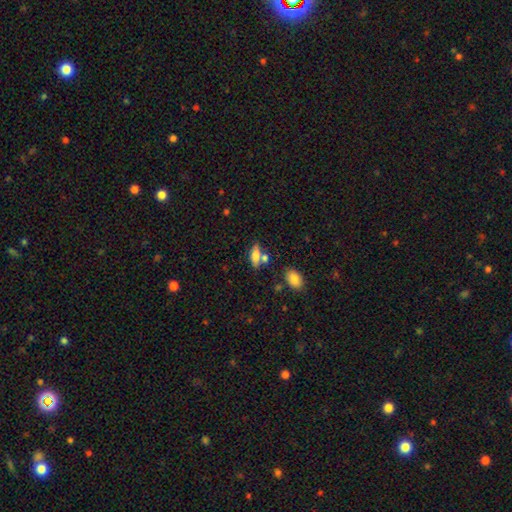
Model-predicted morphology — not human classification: Smooth or featured? Predicted: smooth (p=0.67). How rounded? Predicted: in between (p=0.66). Merging? Predicted: none (p=0.57).